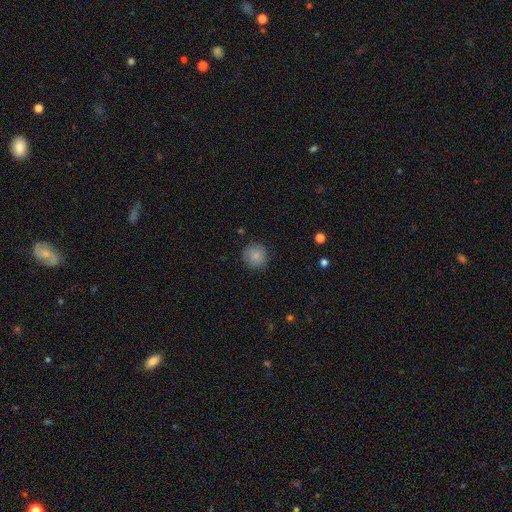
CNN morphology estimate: Smooth or featured? Predicted: smooth (p=0.86). How rounded? Predicted: round (p=0.93). Merging? Predicted: none (p=0.89).